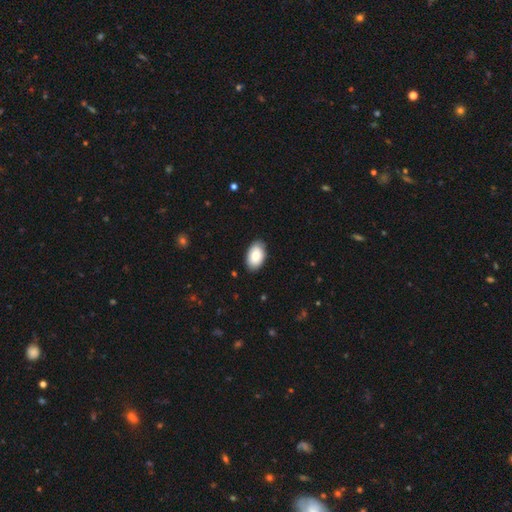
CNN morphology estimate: This appears to be a smooth galaxy with no disk features (80%) that is in between round and cigar-shaped (93%). Merging: none (86%).